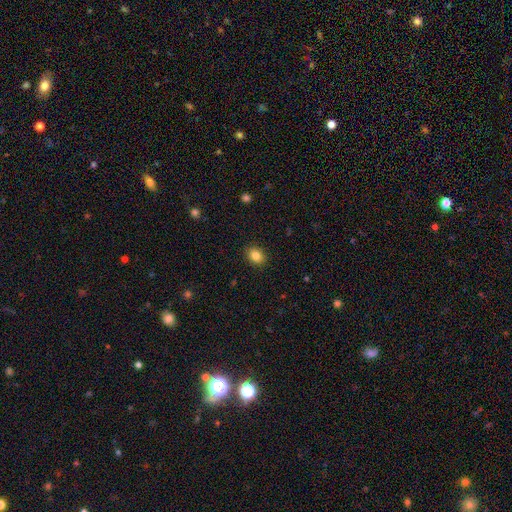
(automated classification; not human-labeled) Smooth or featured? Predicted: smooth (p=0.84). How rounded? Predicted: round (p=0.54). Merging? Predicted: none (p=0.90).